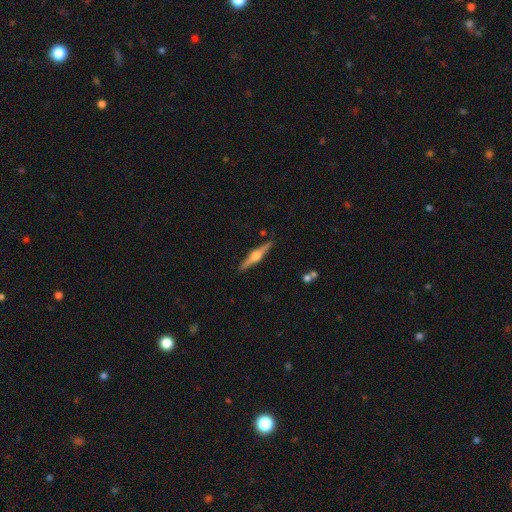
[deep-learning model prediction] smooth-or-featured: featured or disk: 79% | smooth: 16% | star or artifact: 5%
  disk-edge-on: yes: 98% | no: 2%
    edge-on-bulge: rounded: 93% | boxy: 5% | none: 2%
  merging: none: 90% | minor disturbance: 7% | major disturbance: 2% | merger: 2%